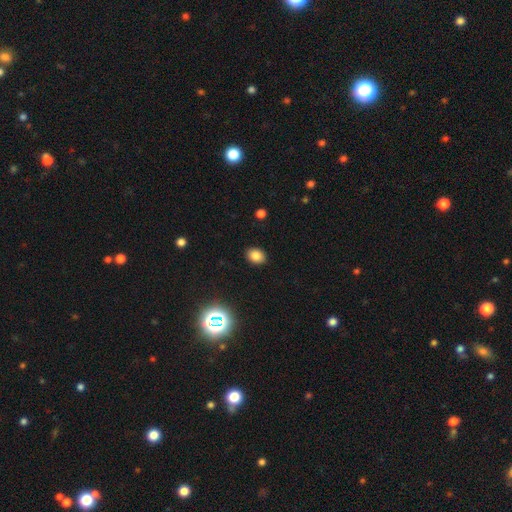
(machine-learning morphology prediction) A smooth galaxy with no disk features (81%) that is in between round and cigar-shaped (62%). Merging: none (90%).